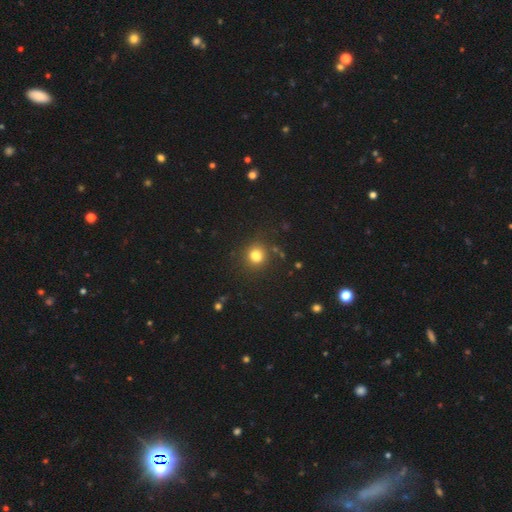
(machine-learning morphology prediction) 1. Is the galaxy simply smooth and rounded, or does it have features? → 80% smooth, 14% star or artifact, 5% featured or disk.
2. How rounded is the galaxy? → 82% round, 17% in between, 1% cigar-shaped.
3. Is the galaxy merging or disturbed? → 83% none, 10% minor disturbance, 4% major disturbance, 3% merger.